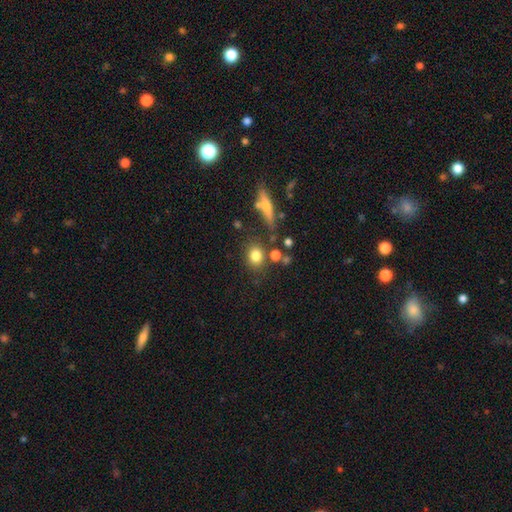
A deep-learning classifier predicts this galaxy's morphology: A smooth galaxy with no disk features (78%) that is round (63%).

Vote fractions:
- Smooth or featured? smooth: 78% / featured or disk: 12% / star or artifact: 11%
- How rounded? round: 63% / in between: 34% / cigar-shaped: 3%
- Merging? none: 74% / minor disturbance: 12% / merger: 10% / major disturbance: 4%